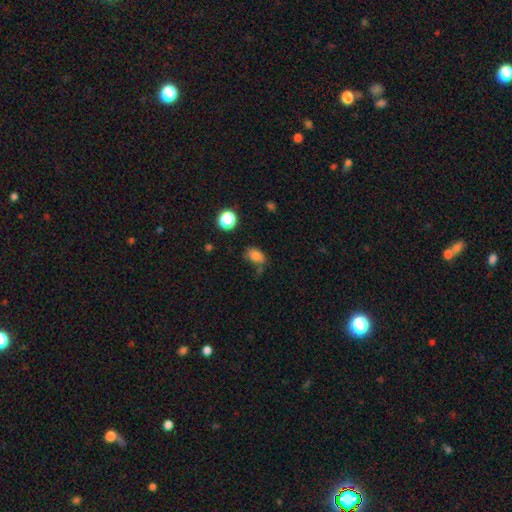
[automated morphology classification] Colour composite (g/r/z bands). It shows a smooth galaxy with no disk features (81%) that is in between round and cigar-shaped (82%). Merging: none (58%).